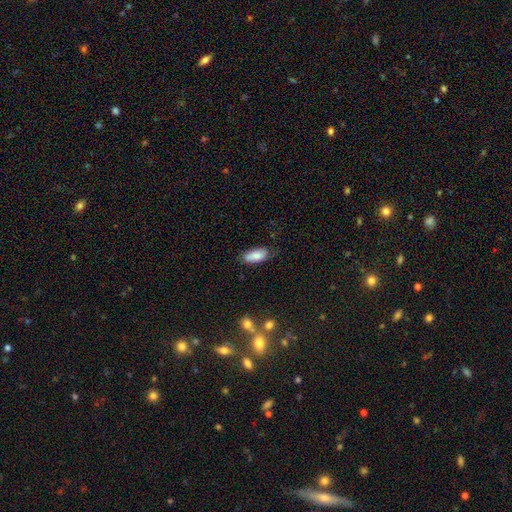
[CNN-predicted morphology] The model was most divided on "merging": none: 75%, minor disturbance: 19%, major disturbance: 4%, merger: 2%. More confident: how rounded — in between (88%); smooth or featured — smooth (83%).